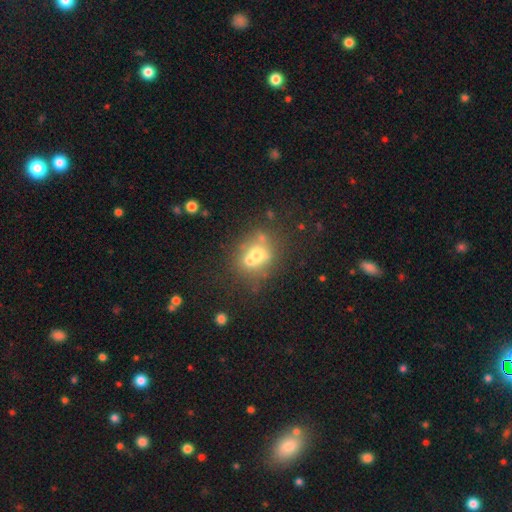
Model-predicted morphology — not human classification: Q: Smooth or featured?
A: smooth (56%); runner-up: featured or disk (30%)
Q: How rounded?
A: round (66%); runner-up: in between (33%)
Q: Merging?
A: none (43%); runner-up: merger (39%)